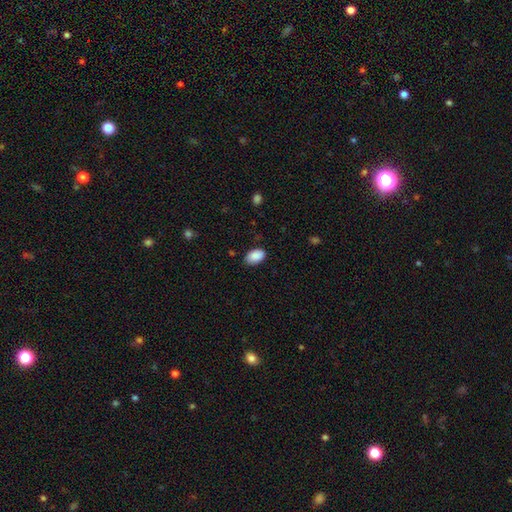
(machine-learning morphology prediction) type=smooth (89%); roundness=in between (92%); merging=none (81%).